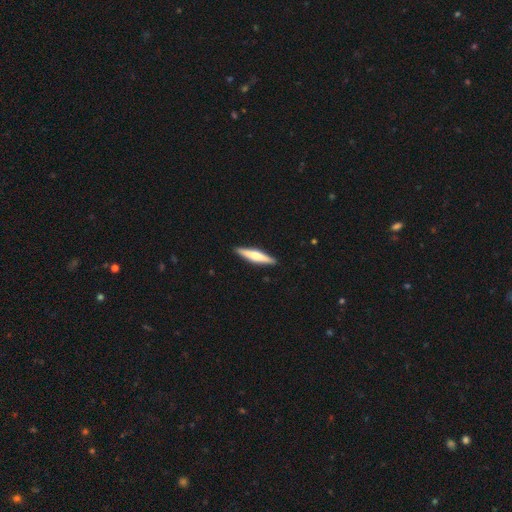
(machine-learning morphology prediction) Overall: smooth (49%; featured or disk 46%). Merging: none (91%).